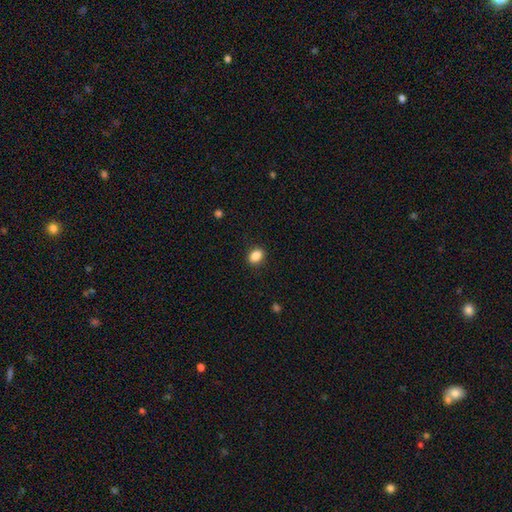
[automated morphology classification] smooth_or_featured: smooth (p=0.88) [alt: star or artifact p=0.09]
how_rounded: in between (p=0.69) [alt: round p=0.30]
merging: none (p=0.88) [alt: minor disturbance p=0.08]